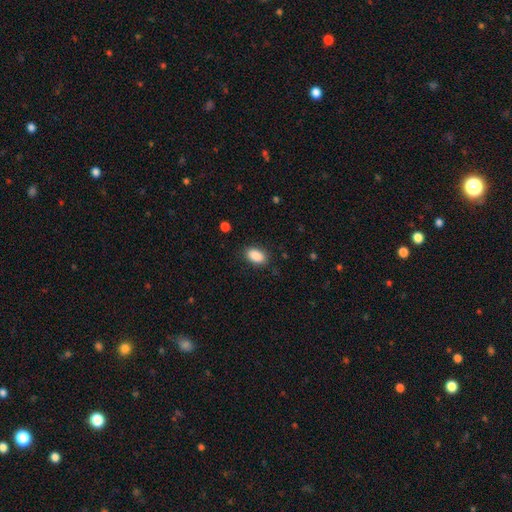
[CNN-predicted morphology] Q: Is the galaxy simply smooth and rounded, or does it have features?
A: smooth — 89%.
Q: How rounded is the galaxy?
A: in between — 92%.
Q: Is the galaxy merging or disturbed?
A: none — 87%.